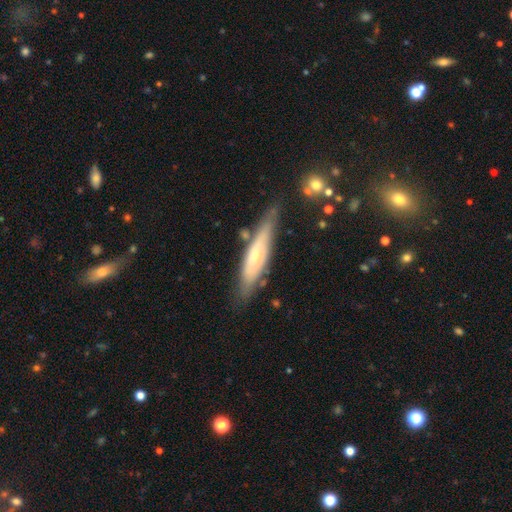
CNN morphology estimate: Smooth or featured? featured or disk (55%)
Edge-on disk? yes (63%)
Merging? none (72%)